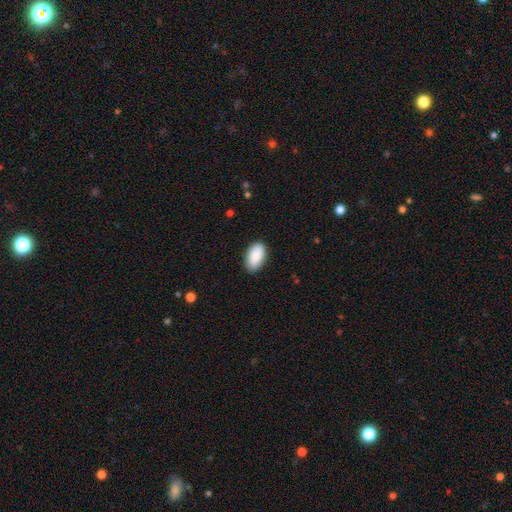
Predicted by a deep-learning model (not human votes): The model was most divided on "merging": none: 87%, minor disturbance: 10%, major disturbance: 2%, merger: 1%. More confident: how rounded — in between (95%); smooth or featured — smooth (90%).